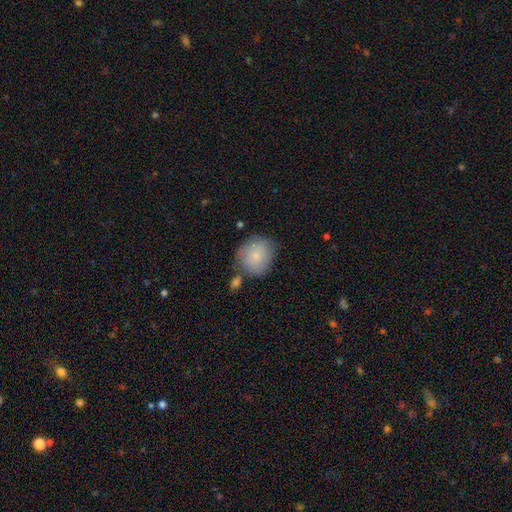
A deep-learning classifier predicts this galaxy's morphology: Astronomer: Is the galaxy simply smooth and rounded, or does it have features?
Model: smooth — 81%.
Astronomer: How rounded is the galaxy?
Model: round — 82%.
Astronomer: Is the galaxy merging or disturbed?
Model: none — 64%.